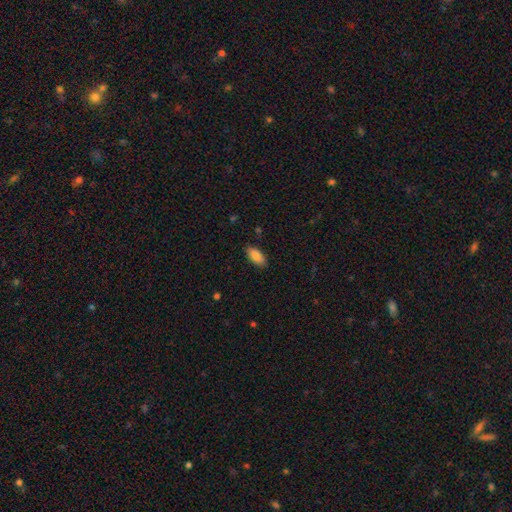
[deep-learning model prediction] Overall: smooth (85%). How rounded: in between (90%). Merging: none (87%).